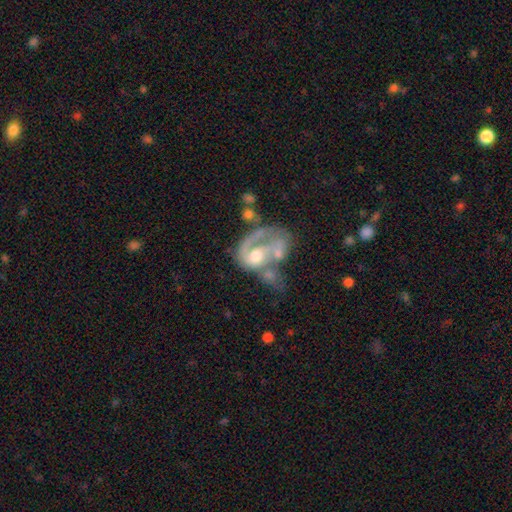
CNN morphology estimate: This is likely a featured or disk galaxy (75%). It is clearly not viewed edge-on (98%). Bar: likely no (69%). Spiral arm pattern: likely yes (74%). Spiral arm count: likely 1 (67%). Spiral winding: marginally medium (37%). Central bulge: likely moderate (63%). Merging: marginally merger (37%).